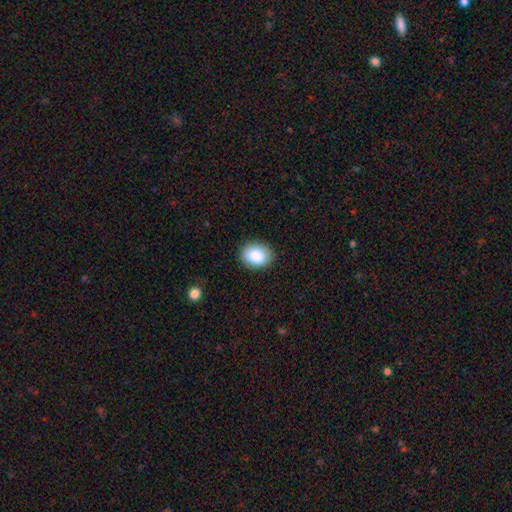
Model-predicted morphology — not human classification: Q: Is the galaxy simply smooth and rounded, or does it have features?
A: smooth — 88%.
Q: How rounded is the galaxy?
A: in between — 64%.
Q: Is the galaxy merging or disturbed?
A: none — 88%.